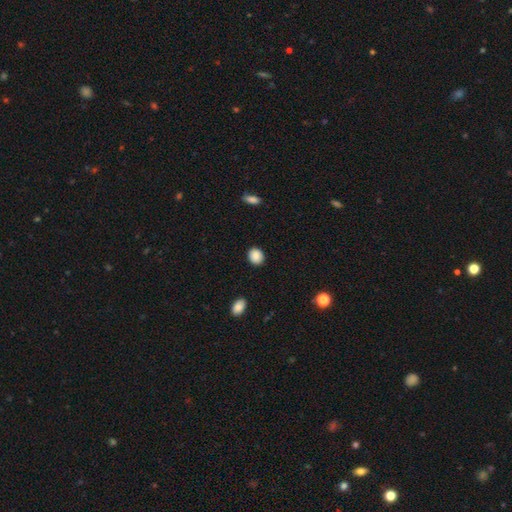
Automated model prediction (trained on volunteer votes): Q: Smooth or featured?
A: smooth (88%); runner-up: star or artifact (8%)
Q: How rounded?
A: round (67%); runner-up: in between (32%)
Q: Merging?
A: none (89%); runner-up: minor disturbance (7%)